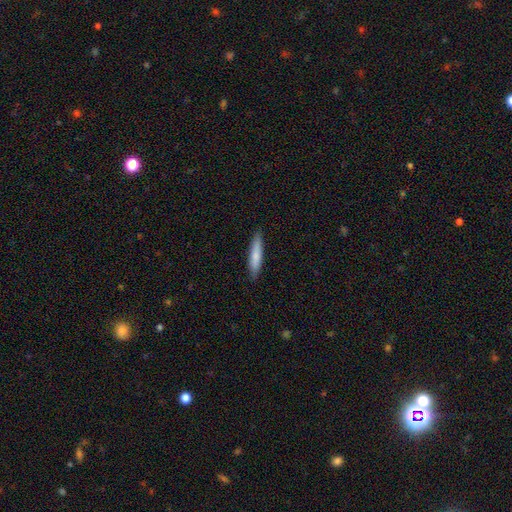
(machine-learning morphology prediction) Smooth or featured: smooth — 77% (featured or disk — 17%)
How rounded: cigar-shaped — 85% (in between — 14%)
Merging: none — 88% (minor disturbance — 9%)